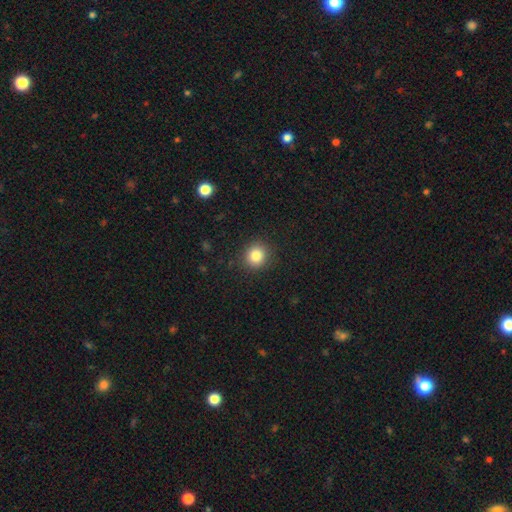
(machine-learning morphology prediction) Q: Smooth or featured?
A: smooth (84%); runner-up: star or artifact (11%)
Q: How rounded?
A: round (88%); runner-up: in between (11%)
Q: Merging?
A: none (90%); runner-up: minor disturbance (7%)